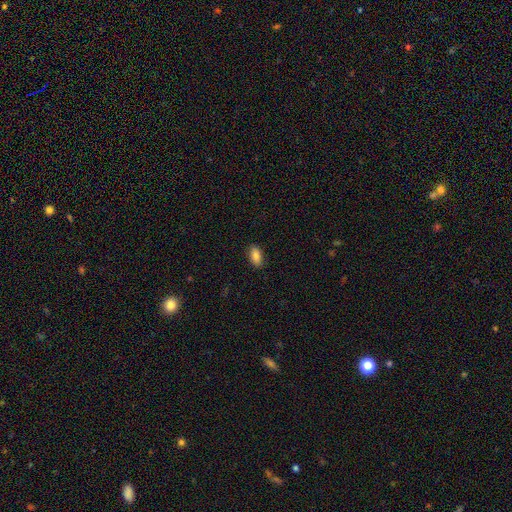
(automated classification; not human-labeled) A smooth galaxy with no disk features (85%) that is in between round and cigar-shaped (91%).

Vote fractions:
- Smooth or featured? smooth: 85% / star or artifact: 7% / featured or disk: 7%
- How rounded? in between: 91% / cigar-shaped: 6% / round: 3%
- Merging? none: 88% / minor disturbance: 9% / major disturbance: 2% / merger: 1%